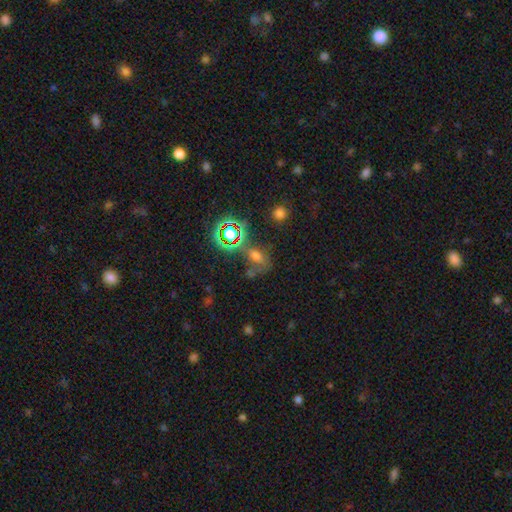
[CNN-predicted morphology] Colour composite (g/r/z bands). It shows a smooth galaxy with no disk features (45%). Merging: none (51%).